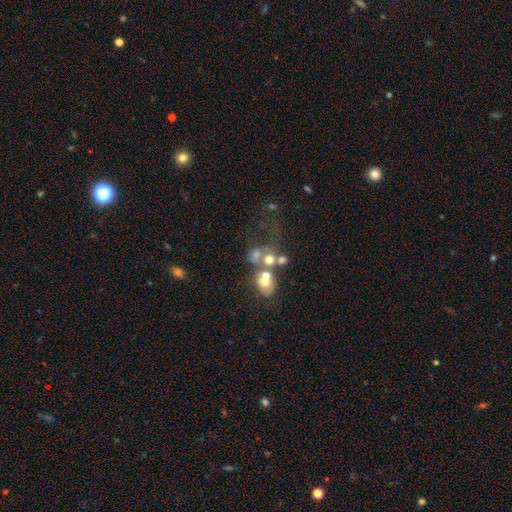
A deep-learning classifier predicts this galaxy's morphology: Smooth or featured: smooth — 39% (featured or disk — 33%)
Merging: merger — 48% (none — 27%)